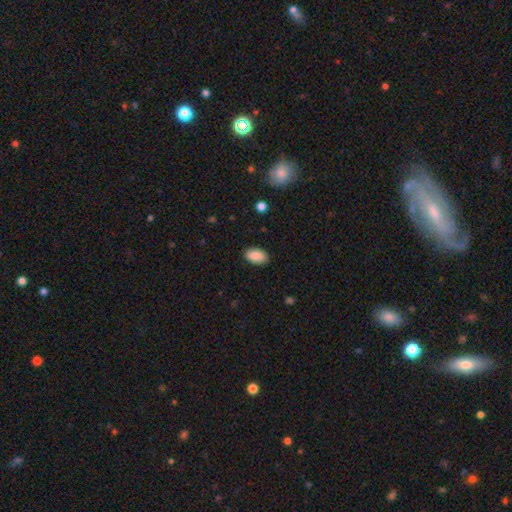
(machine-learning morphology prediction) smooth-or-featured: smooth: 89% | star or artifact: 7% | featured or disk: 4%
  how-rounded: in between: 93% | round: 5% | cigar-shaped: 1%
  merging: none: 88% | minor disturbance: 9% | major disturbance: 2% | merger: 1%